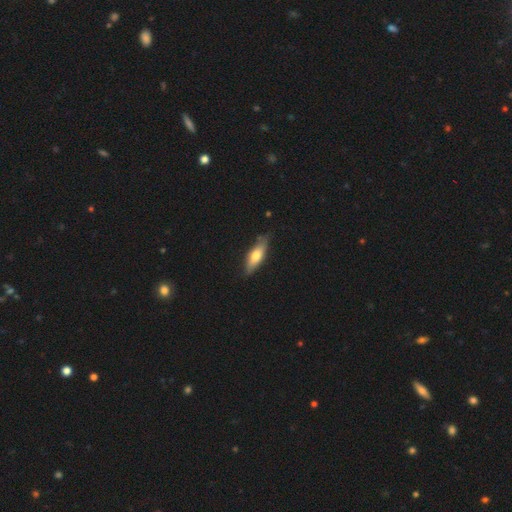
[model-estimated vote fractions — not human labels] A smooth galaxy with no disk features (61%) that is in between round and cigar-shaped (52%). Merging: none (80%).